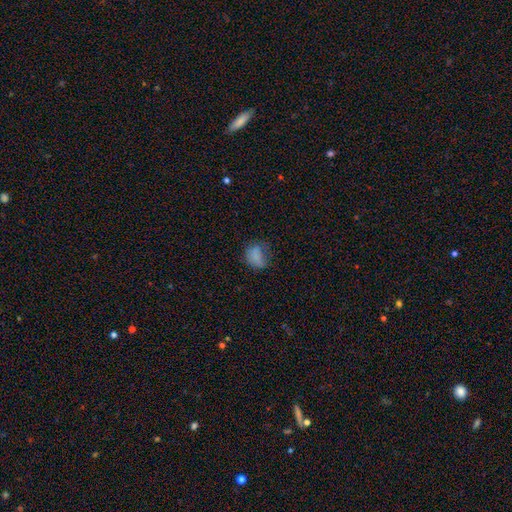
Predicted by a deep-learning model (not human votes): Morphology: type=smooth (77%); roundness=in between (55%); merging=none (52%).